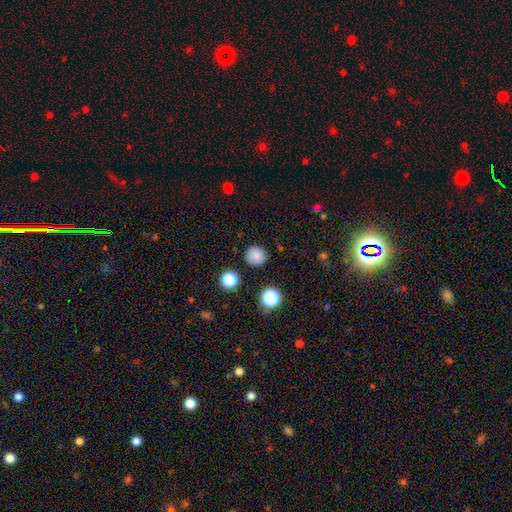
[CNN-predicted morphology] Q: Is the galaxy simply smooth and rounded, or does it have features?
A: smooth — 82%.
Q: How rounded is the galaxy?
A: round — 90%.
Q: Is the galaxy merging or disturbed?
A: none — 88%.